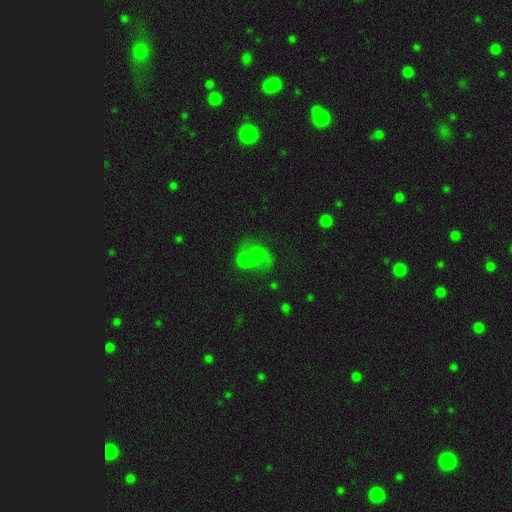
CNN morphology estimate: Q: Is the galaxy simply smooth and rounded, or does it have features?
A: smooth — 52%.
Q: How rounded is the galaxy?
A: round — 56%.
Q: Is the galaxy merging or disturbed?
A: merger — 55%.